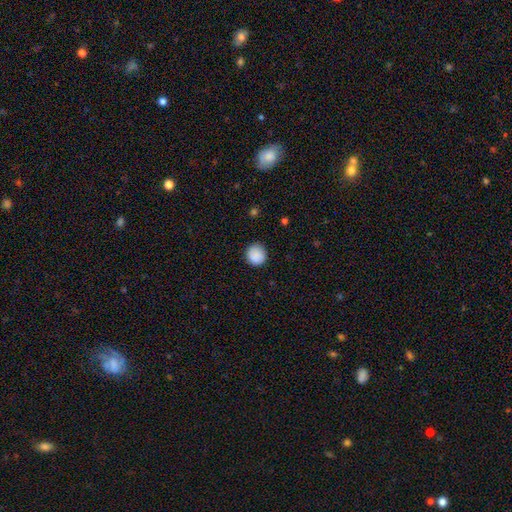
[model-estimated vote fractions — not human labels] Morphology: type=smooth (88%); roundness=round (92%); merging=none (86%).